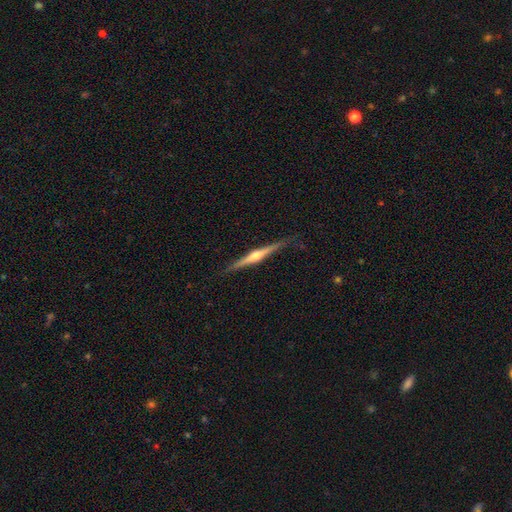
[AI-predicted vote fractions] featured or disk 76%, smooth 19%, star or artifact 5%. Down the decision tree: edge-on disk — yes (98%); edge-on bulge — rounded (90%); merging — none (84%).